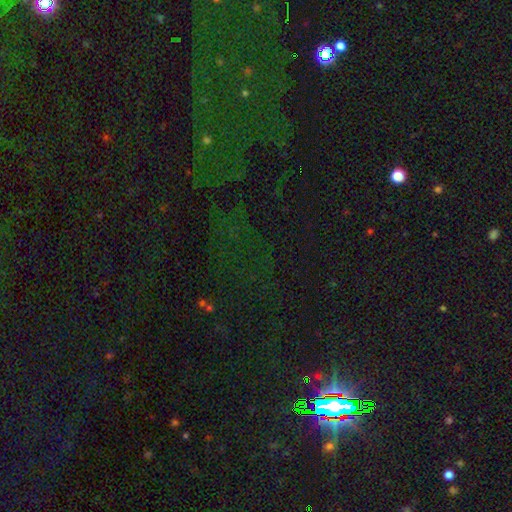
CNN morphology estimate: Smooth or featured: star or artifact — 81% (smooth — 11%)